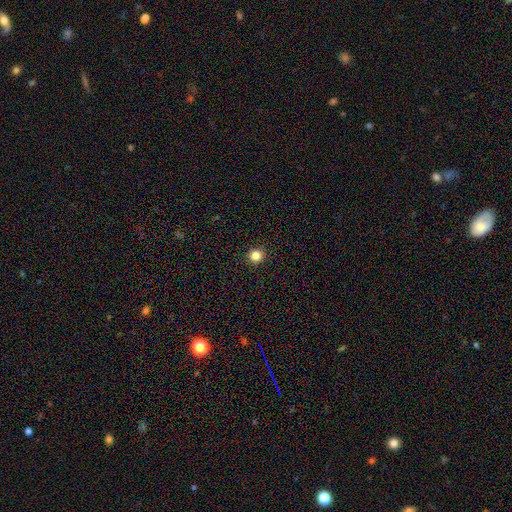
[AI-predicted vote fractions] Smooth or featured: smooth — 83% (star or artifact — 13%)
How rounded: round — 94% (in between — 5%)
Merging: none — 93% (minor disturbance — 4%)